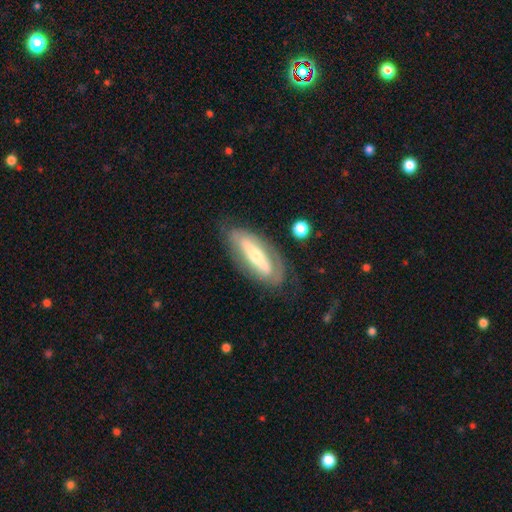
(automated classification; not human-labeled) Smooth or featured?
  - featured or disk: 70% *
  - smooth: 21%
  - star or artifact: 9%
Edge-on disk?
  - no: 74% *
  - yes: 26%
Bar?
  - strong: 47% *
  - weak: 27%
  - no: 27%
Spiral arms?
  - yes: 66% *
  - no: 34%
Bulge size?
  - moderate: 49% *
  - small: 42%
  - large: 6%
  - none: 2%
  - dominant: 2%
Merging?
  - none: 74% *
  - minor disturbance: 17%
  - major disturbance: 8%
  - merger: 2%